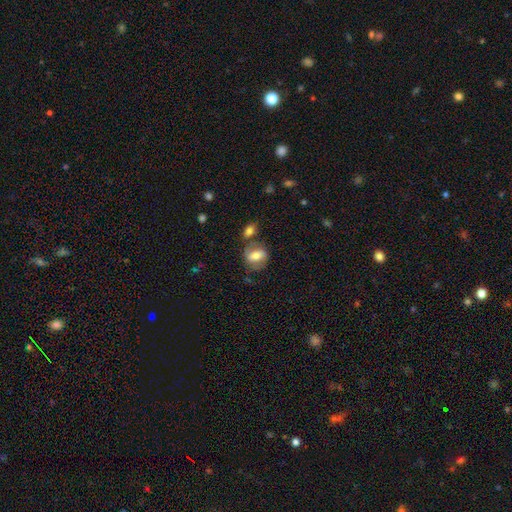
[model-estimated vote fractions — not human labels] smooth_or_featured: smooth (p=0.59) [alt: featured or disk p=0.33]
how_rounded: in between (p=0.59) [alt: round p=0.38]
merging: none (p=0.56) [alt: merger p=0.19]